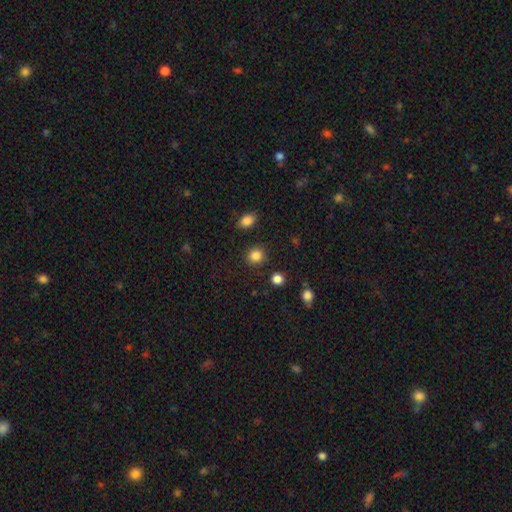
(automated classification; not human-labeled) Smooth or featured: smooth — 85% (star or artifact — 11%)
How rounded: round — 86% (in between — 13%)
Merging: none — 88% (minor disturbance — 7%)